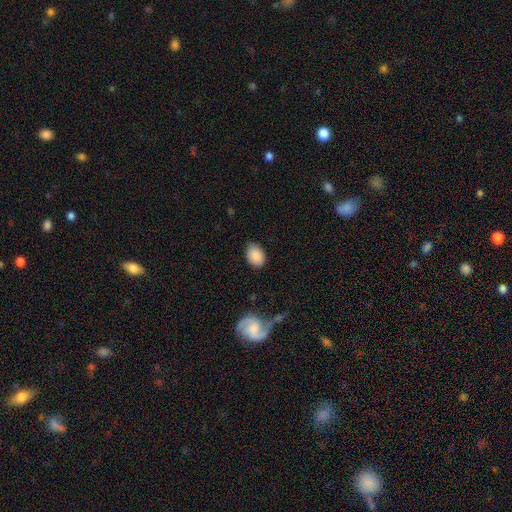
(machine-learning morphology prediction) Smooth or featured? Predicted: smooth (p=0.84). How rounded? Predicted: in between (p=0.79). Merging? Predicted: none (p=0.79).